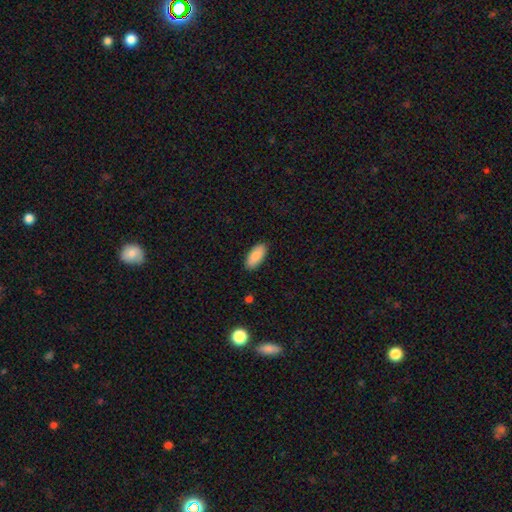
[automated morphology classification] Smooth or featured? smooth (89%)
How rounded? in between (89%)
Merging? none (89%)